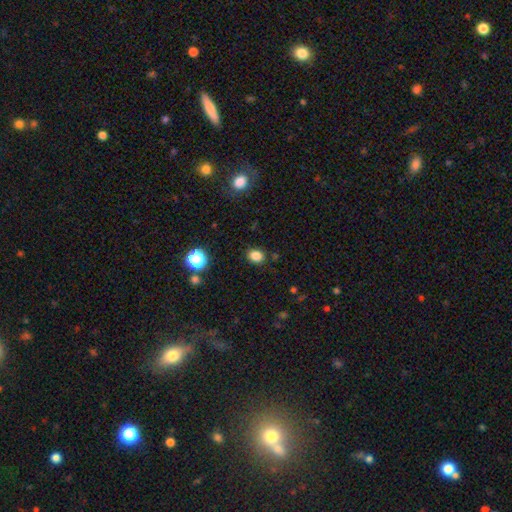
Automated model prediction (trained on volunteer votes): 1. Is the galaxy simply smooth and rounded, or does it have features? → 84% smooth, 13% star or artifact, 4% featured or disk.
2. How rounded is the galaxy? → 56% round, 44% in between, 1% cigar-shaped.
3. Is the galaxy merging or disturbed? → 86% none, 10% minor disturbance, 3% major disturbance, 2% merger.